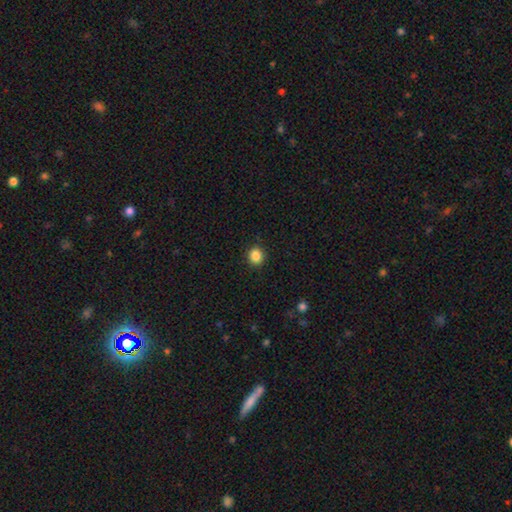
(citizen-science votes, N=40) Morphology: type=smooth (92%); roundness=round (78%); merging=none (89%).